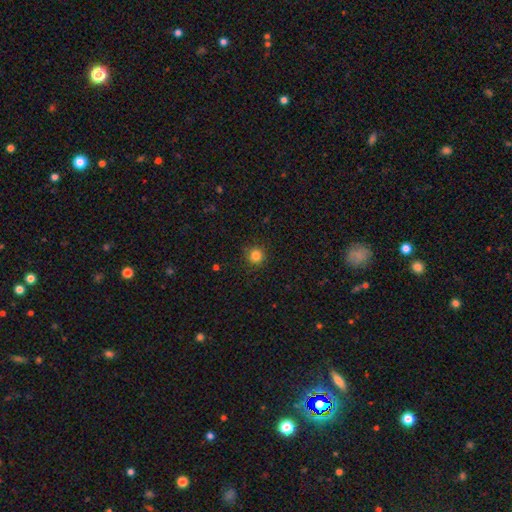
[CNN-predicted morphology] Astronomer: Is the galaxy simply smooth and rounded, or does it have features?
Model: smooth — 84%.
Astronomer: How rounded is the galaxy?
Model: round — 95%.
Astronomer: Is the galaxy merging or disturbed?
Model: none — 89%.